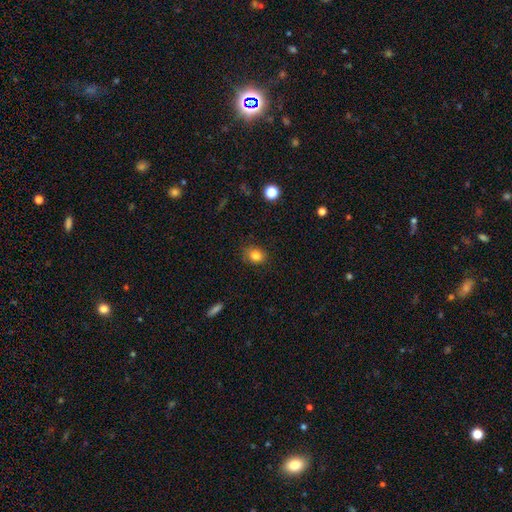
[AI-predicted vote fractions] Smooth or featured: smooth — 82% (star or artifact — 11%)
How rounded: round — 56% (in between — 43%)
Merging: none — 83% (minor disturbance — 13%)